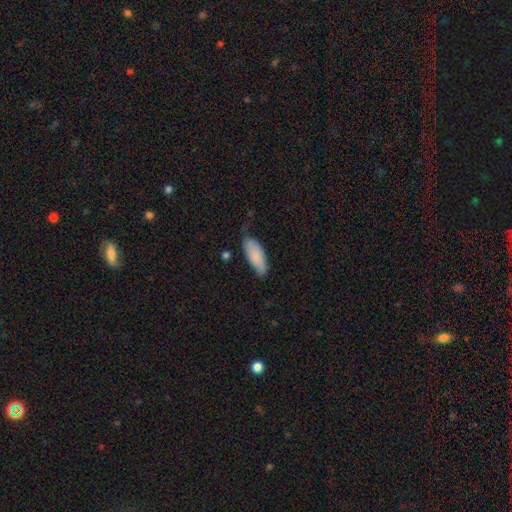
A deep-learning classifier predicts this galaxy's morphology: The model was most divided on "merging": none: 64%, minor disturbance: 30%, major disturbance: 5%, merger: 2%. More confident: smooth or featured — smooth (86%); how rounded — in between (78%).